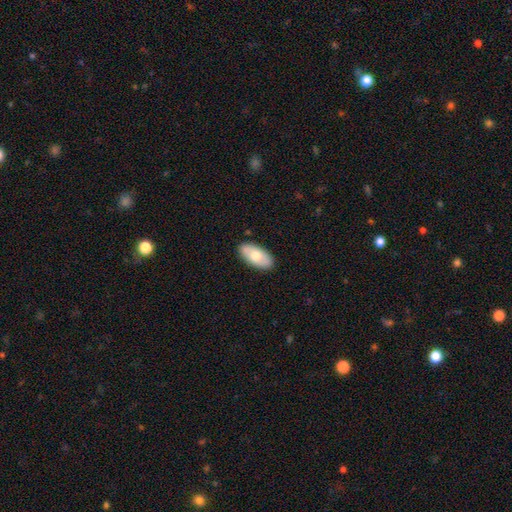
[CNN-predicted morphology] A smooth galaxy with no disk features (65%) that is in between round and cigar-shaped (93%). Merging: none (87%).